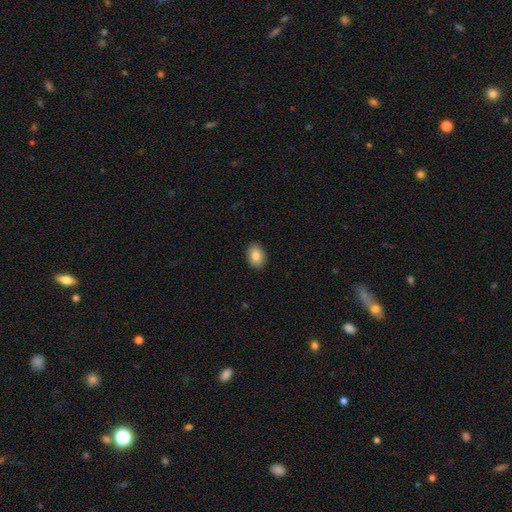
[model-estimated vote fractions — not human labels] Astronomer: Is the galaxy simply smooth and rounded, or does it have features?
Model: smooth — 86%.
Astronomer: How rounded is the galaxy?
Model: in between — 78%.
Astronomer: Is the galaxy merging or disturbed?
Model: none — 90%.